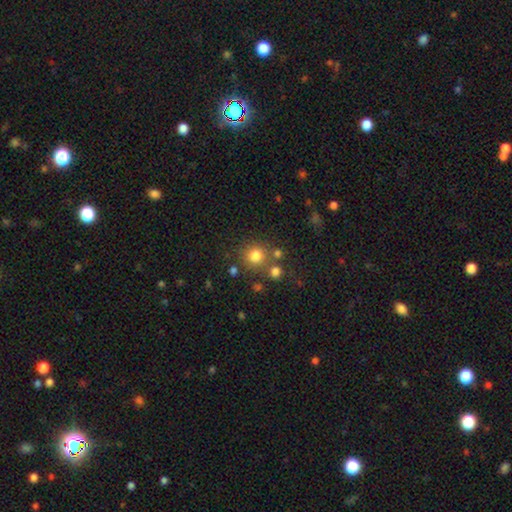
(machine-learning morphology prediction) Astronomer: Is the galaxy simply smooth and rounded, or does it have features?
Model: smooth — 79%.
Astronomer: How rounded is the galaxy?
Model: round — 91%.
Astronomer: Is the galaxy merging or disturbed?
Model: none — 75%.